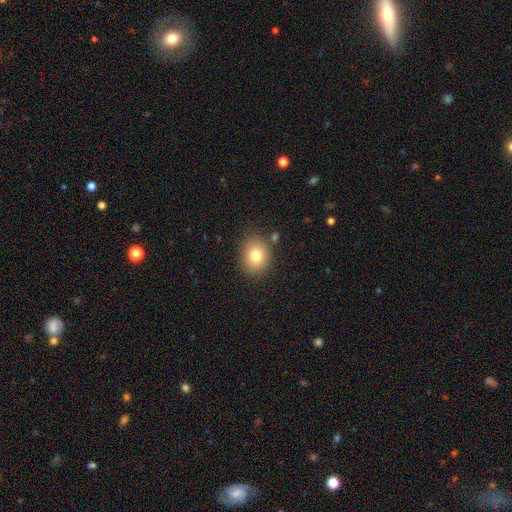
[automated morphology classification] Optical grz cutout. It shows a smooth galaxy with no disk features (79%) that is round (60%). Merging: none (83%).